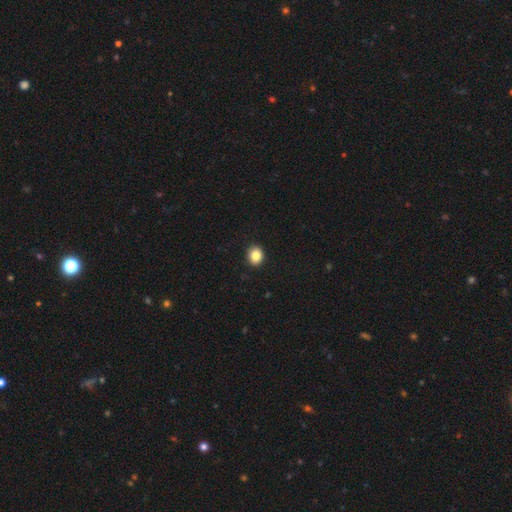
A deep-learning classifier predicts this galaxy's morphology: This is clearly a smooth galaxy (85%). How rounded: likely round (62%). Merging: clearly none (91%).